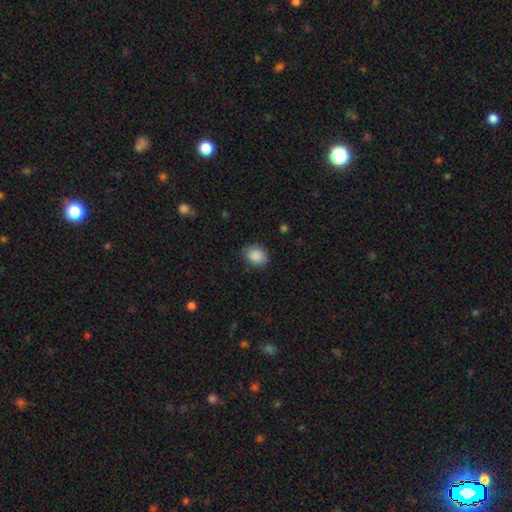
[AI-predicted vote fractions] This appears to be a smooth galaxy with no disk features (88%) that is in between round and cigar-shaped (51%). Merging: none (80%).